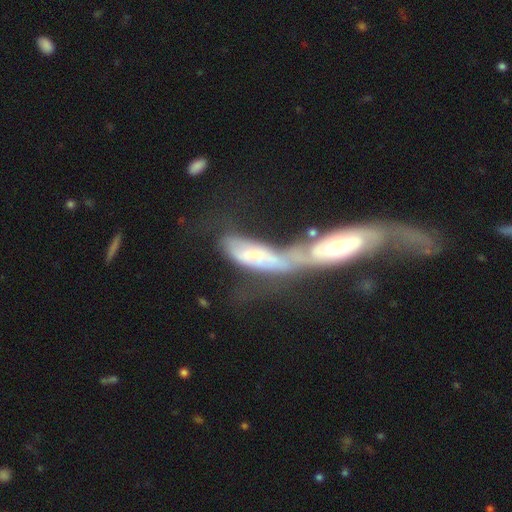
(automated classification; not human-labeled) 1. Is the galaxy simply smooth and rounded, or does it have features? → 53% featured or disk, 39% smooth, 8% star or artifact.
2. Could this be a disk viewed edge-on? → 78% no, 22% yes.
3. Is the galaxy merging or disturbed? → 72% merger, 11% major disturbance, 10% none, 7% minor disturbance.